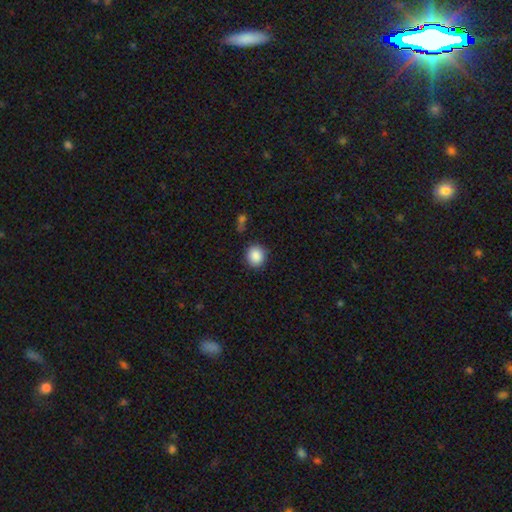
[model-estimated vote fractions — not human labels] smooth-or-featured: smooth: 88% | star or artifact: 8% | featured or disk: 3%
  how-rounded: round: 83% | in between: 16% | cigar-shaped: 1%
  merging: none: 85% | minor disturbance: 10% | major disturbance: 3% | merger: 2%